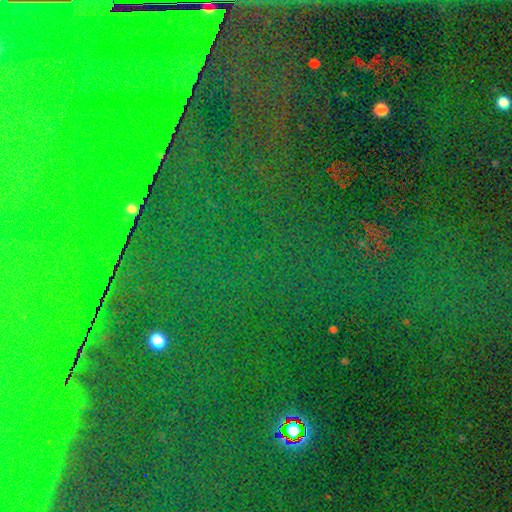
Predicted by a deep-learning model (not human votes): smooth_or_featured: star or artifact (p=0.78) [alt: smooth p=0.11]